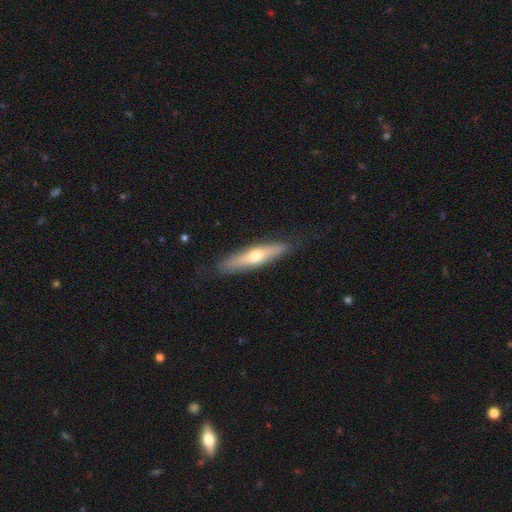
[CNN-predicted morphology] Overall: smooth (47%, tied with featured or disk). Merging: none (86%).